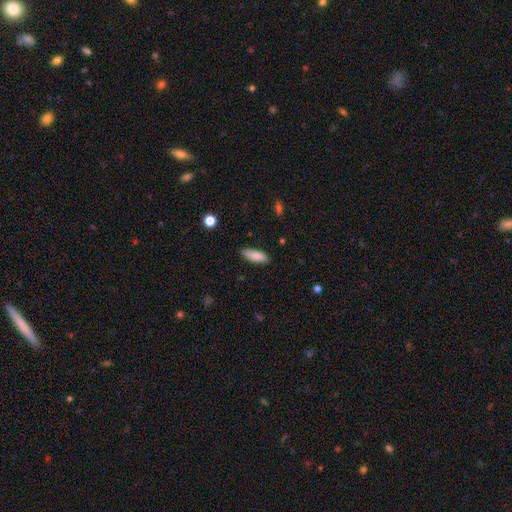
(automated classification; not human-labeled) Smooth or featured? Predicted: smooth (p=0.86). How rounded? Predicted: in between (p=0.63). Merging? Predicted: none (p=0.82).